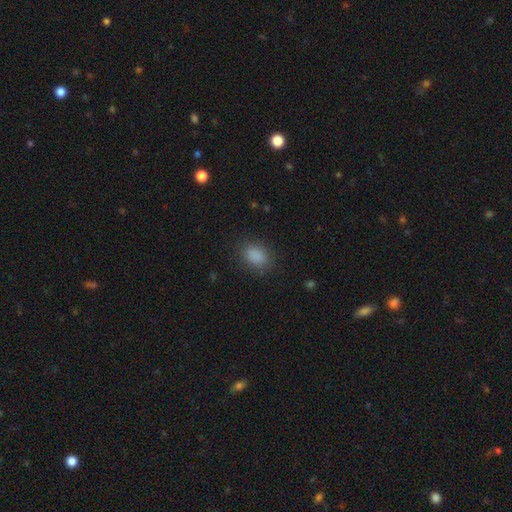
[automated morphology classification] A smooth galaxy with no disk features (87%) that is in between round and cigar-shaped (72%).

Vote fractions:
- Smooth or featured? smooth: 87% / star or artifact: 10% / featured or disk: 4%
- How rounded? in between: 72% / round: 26% / cigar-shaped: 2%
- Merging? none: 83% / minor disturbance: 11% / major disturbance: 4% / merger: 1%